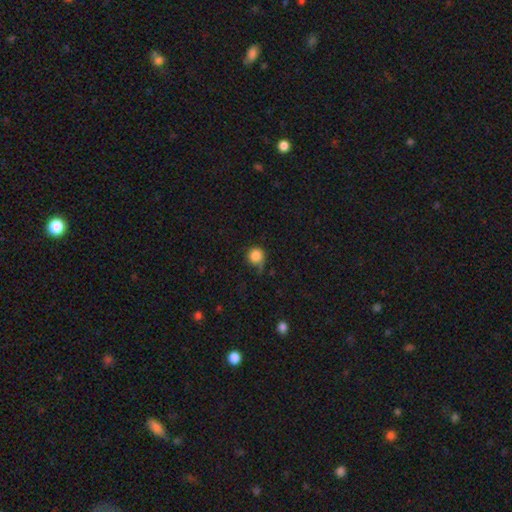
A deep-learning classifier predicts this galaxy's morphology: type=smooth (84%); roundness=round (90%); merging=none (50%).